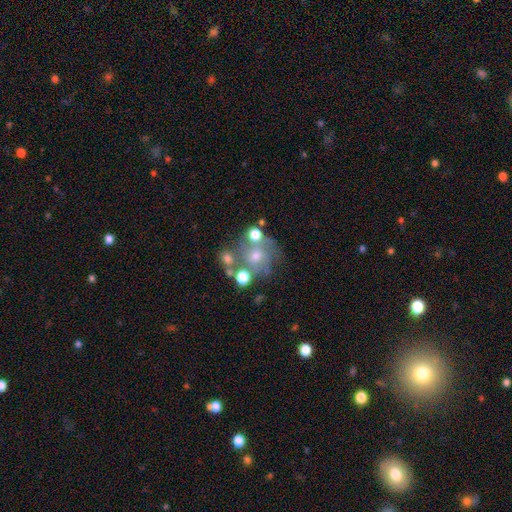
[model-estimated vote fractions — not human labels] A featured or disk galaxy (50%).

Vote fractions:
- Smooth or featured? featured or disk: 50% / smooth: 31% / star or artifact: 19%
- Merging? none: 48% / merger: 20% / minor disturbance: 16% / major disturbance: 15%